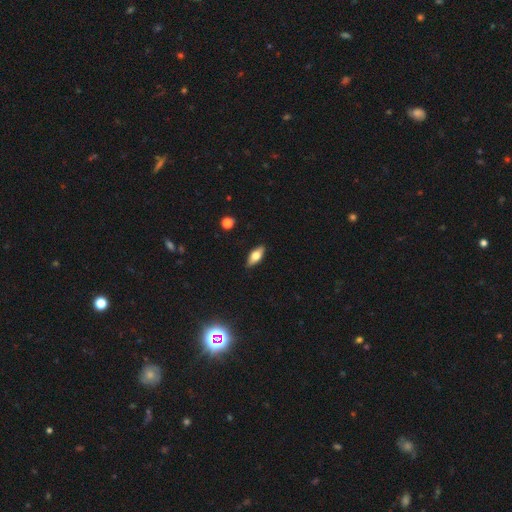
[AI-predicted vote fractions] A smooth galaxy with no disk features (59%) that is in between round and cigar-shaped (78%). Merging: none (87%).